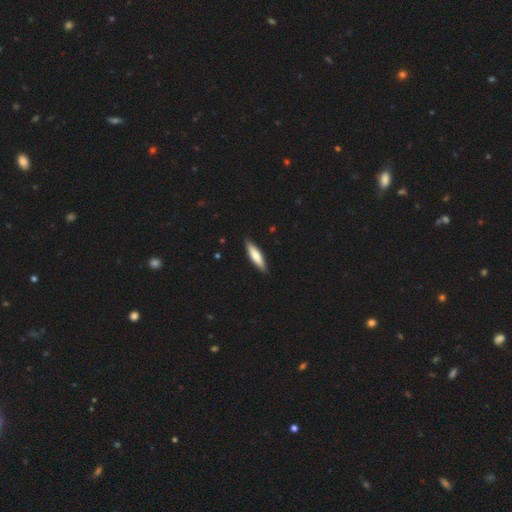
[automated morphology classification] This is likely a smooth galaxy (71%). How rounded: likely cigar-shaped (72%). Merging: clearly none (89%).